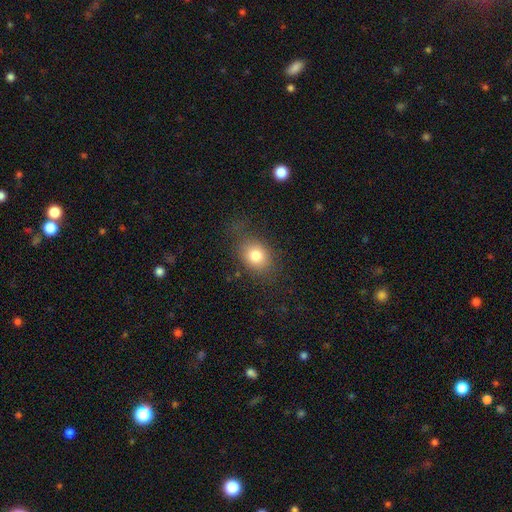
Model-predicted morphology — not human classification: Smooth or featured: smooth — 80% (featured or disk — 10%)
How rounded: in between — 61% (round — 38%)
Merging: none — 70% (minor disturbance — 19%)